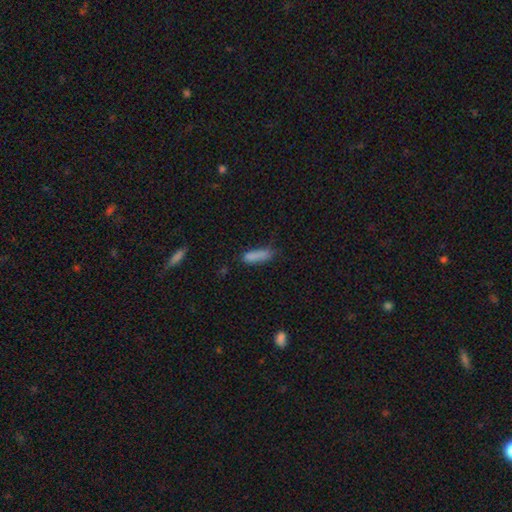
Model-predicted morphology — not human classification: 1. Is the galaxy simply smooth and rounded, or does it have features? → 84% smooth, 9% star or artifact, 8% featured or disk.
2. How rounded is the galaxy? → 57% cigar-shaped, 41% in between, 2% round.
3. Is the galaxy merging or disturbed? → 60% none, 27% minor disturbance, 9% major disturbance, 4% merger.